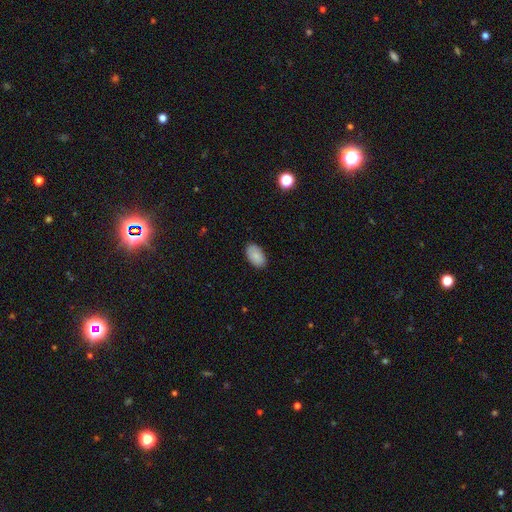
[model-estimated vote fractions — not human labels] smooth_or_featured: smooth (p=0.84) [alt: featured or disk p=0.09]
how_rounded: in between (p=0.93) [alt: round p=0.06]
merging: none (p=0.85) [alt: minor disturbance p=0.12]